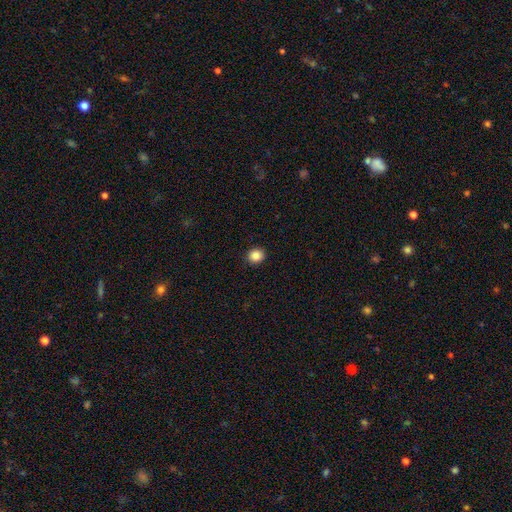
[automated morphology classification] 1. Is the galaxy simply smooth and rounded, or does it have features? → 88% smooth, 10% star or artifact, 3% featured or disk.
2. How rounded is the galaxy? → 83% round, 16% in between, 1% cigar-shaped.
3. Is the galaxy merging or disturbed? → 92% none, 6% minor disturbance, 2% major disturbance, 1% merger.